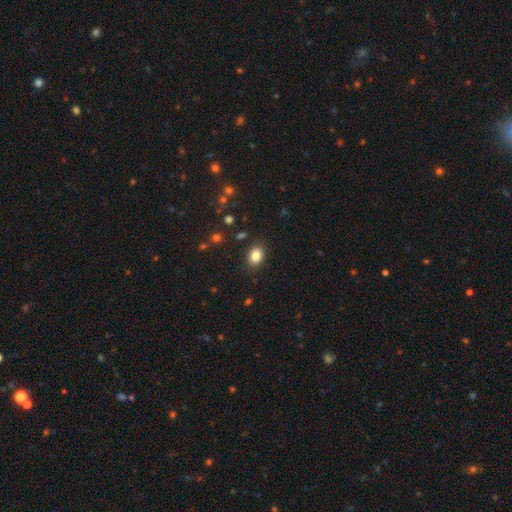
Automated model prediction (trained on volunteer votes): smooth_or_featured: smooth (p=0.84) [alt: star or artifact p=0.09]
how_rounded: in between (p=0.77) [alt: round p=0.22]
merging: none (p=0.86) [alt: minor disturbance p=0.10]